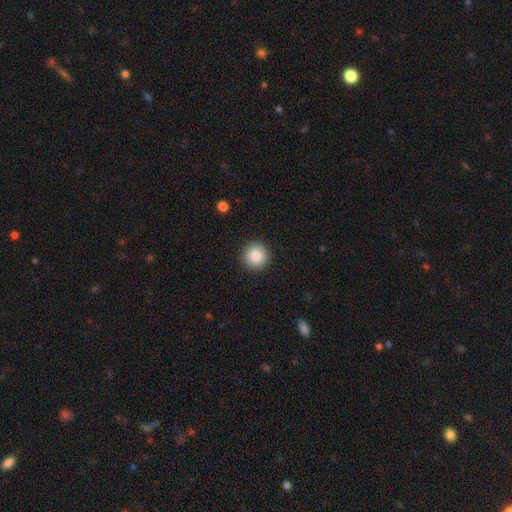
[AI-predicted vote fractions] A smooth galaxy with no disk features (87%) that is round (95%).

Vote fractions:
- Smooth or featured? smooth: 87% / star or artifact: 8% / featured or disk: 5%
- How rounded? round: 95% / in between: 4% / cigar-shaped: 1%
- Merging? none: 92% / minor disturbance: 5% / major disturbance: 2% / merger: 1%